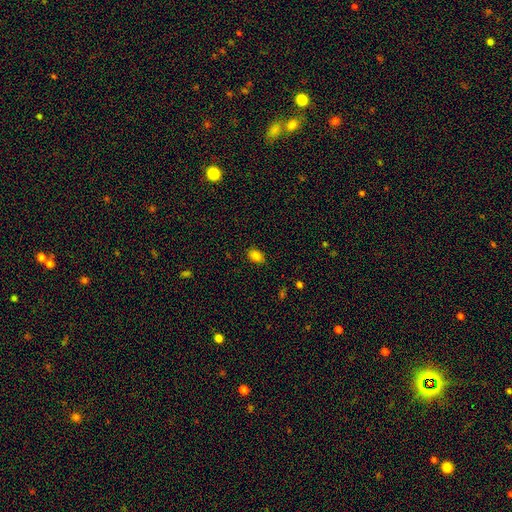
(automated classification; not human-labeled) Morphology: type=smooth (83%); roundness=in between (81%); merging=none (85%).